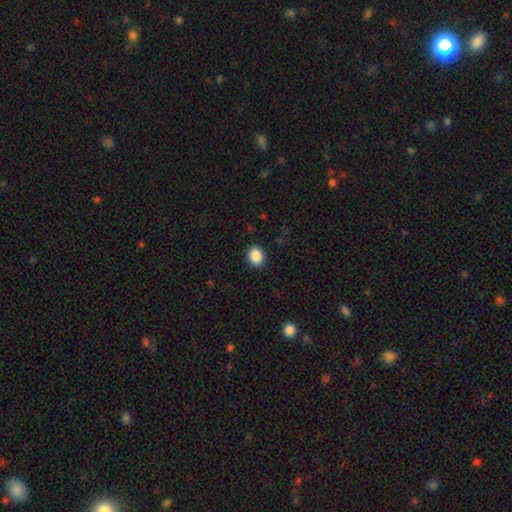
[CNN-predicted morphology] This appears to be a smooth galaxy with no disk features (88%) that is round (56%). Merging: none (90%).